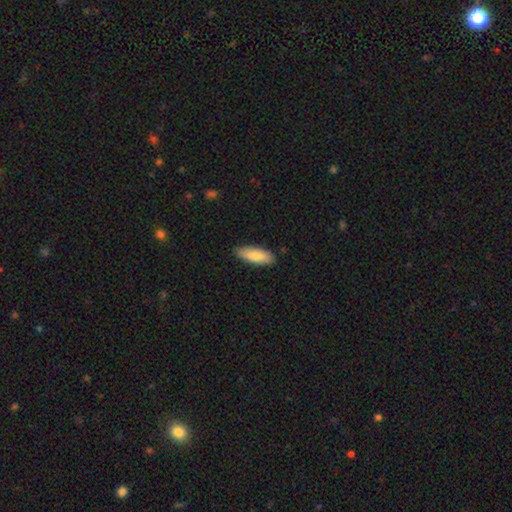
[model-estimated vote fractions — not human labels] This is clearly a smooth galaxy (81%). How rounded: possibly in between (60%). Merging: clearly none (86%).